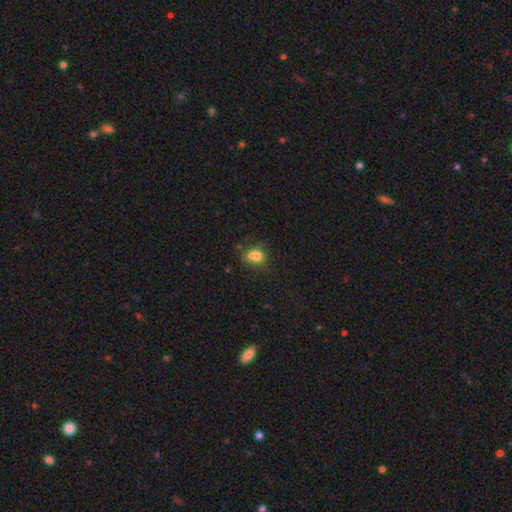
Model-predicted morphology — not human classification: Smooth or featured? Predicted: smooth (p=0.73). How rounded? Predicted: round (p=0.52). Merging? Predicted: none (p=0.42).